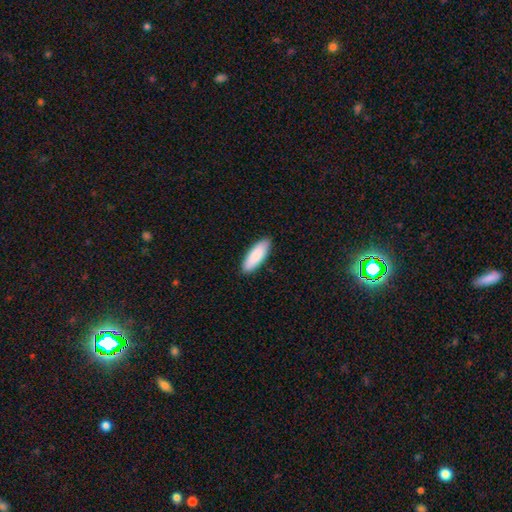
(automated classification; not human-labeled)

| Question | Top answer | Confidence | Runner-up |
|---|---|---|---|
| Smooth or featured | smooth | 89% | featured or disk (6%) |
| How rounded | in between | 66% | cigar-shaped (32%) |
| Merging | none | 89% | minor disturbance (8%) |